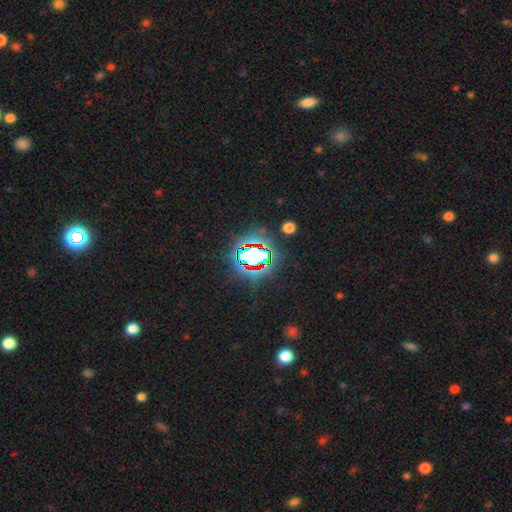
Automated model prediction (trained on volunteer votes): Smooth or featured? Predicted: star or artifact (p=0.70).